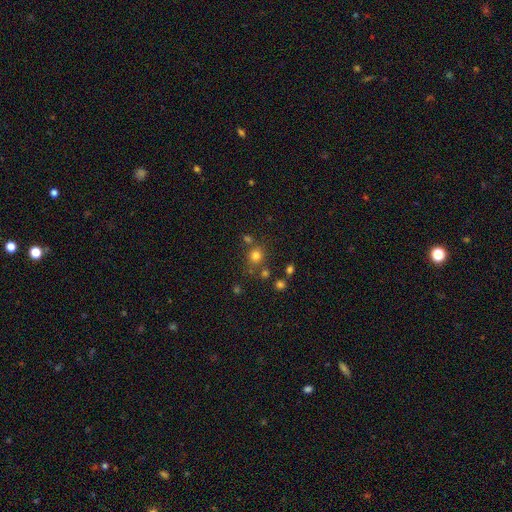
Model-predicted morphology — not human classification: type=smooth (76%); roundness=round (85%); merging=none (72%).